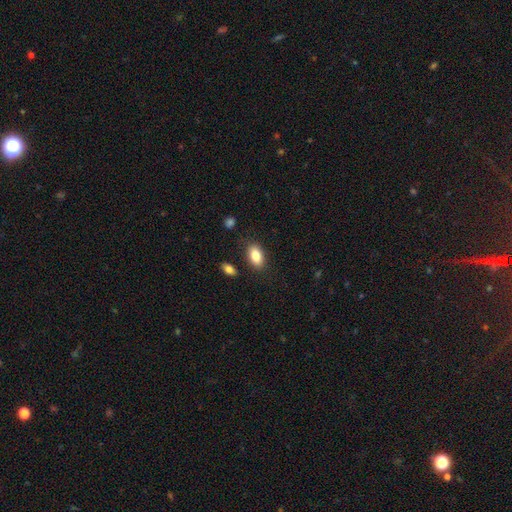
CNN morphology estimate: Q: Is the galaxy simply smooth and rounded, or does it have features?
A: smooth — 85%.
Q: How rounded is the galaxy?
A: in between — 91%.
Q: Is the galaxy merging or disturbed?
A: none — 84%.